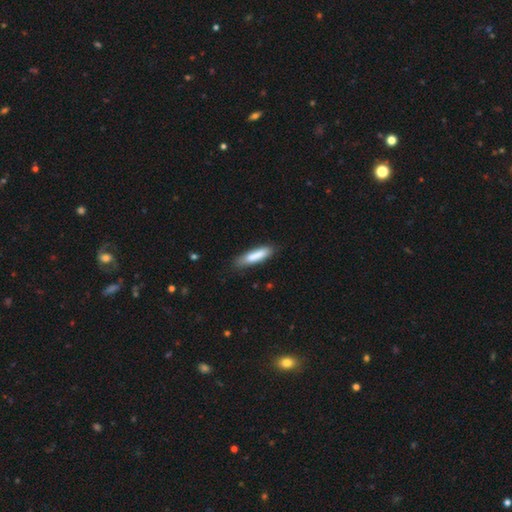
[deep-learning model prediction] The model was most divided on "how rounded": cigar-shaped: 74%, in between: 25%, round: 1%. More confident: smooth or featured — smooth (82%); merging — none (75%).